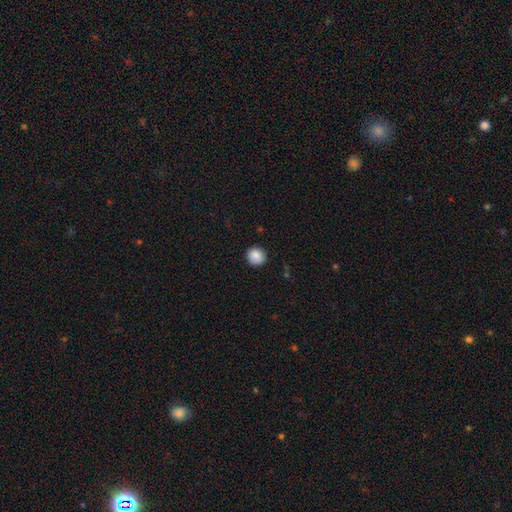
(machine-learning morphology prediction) Smooth or featured? Predicted: smooth (p=0.88). How rounded? Predicted: round (p=0.92). Merging? Predicted: none (p=0.89).